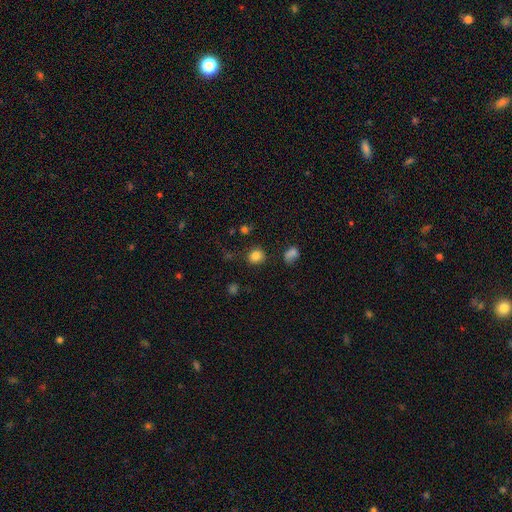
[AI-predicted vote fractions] Smooth or featured?
  - smooth: 83% *
  - star or artifact: 12%
  - featured or disk: 5%
How rounded?
  - round: 81% *
  - in between: 18%
  - cigar-shaped: 1%
Merging?
  - none: 84% *
  - minor disturbance: 10%
  - major disturbance: 4%
  - merger: 3%